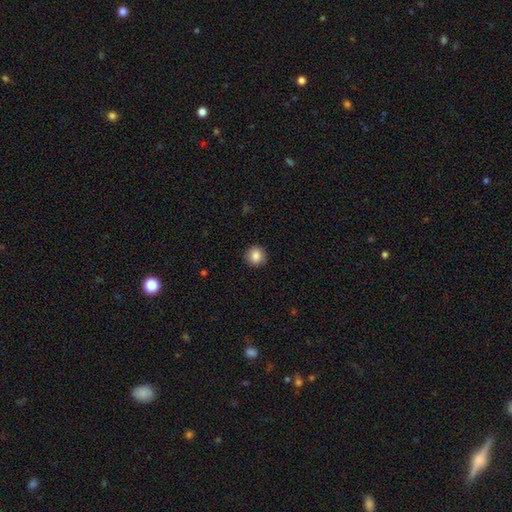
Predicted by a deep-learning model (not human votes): Smooth or featured?
  - smooth: 86% *
  - star or artifact: 9%
  - featured or disk: 5%
How rounded?
  - round: 94% *
  - in between: 5%
  - cigar-shaped: 1%
Merging?
  - none: 92% *
  - minor disturbance: 5%
  - major disturbance: 2%
  - merger: 1%